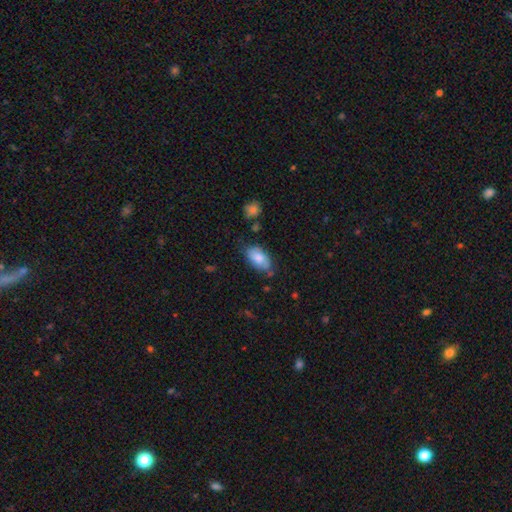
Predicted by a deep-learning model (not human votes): This appears to be a smooth galaxy with no disk features (75%) that is in between round and cigar-shaped (93%). Merging: none (68%).